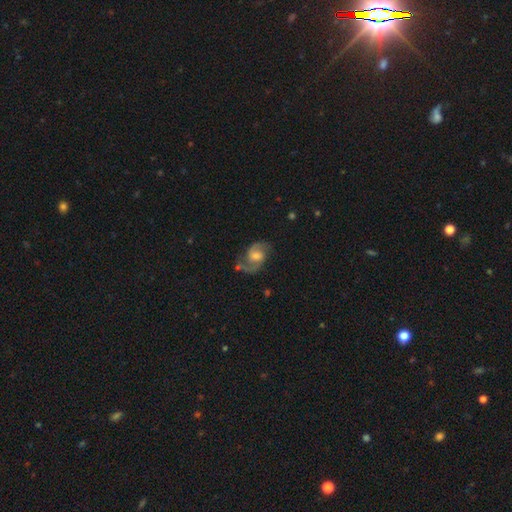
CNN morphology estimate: Smooth or featured? Predicted: featured or disk (p=0.84). Edge-on disk? Predicted: no (p=0.98). Bar? Predicted: weak (p=0.53). Spiral arms? Predicted: yes (p=0.96). Spiral winding? Predicted: medium (p=0.53). Spiral arm count? Predicted: 2 (p=0.91). Bulge size? Predicted: moderate (p=0.47). Merging? Predicted: none (p=0.67).